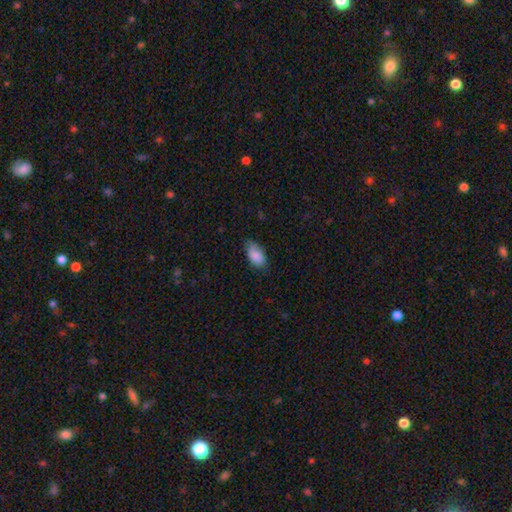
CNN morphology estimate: Smooth or featured?
  - smooth: 86% *
  - featured or disk: 7%
  - star or artifact: 7%
How rounded?
  - in between: 94% *
  - round: 4%
  - cigar-shaped: 3%
Merging?
  - none: 71% *
  - minor disturbance: 24%
  - major disturbance: 4%
  - merger: 1%